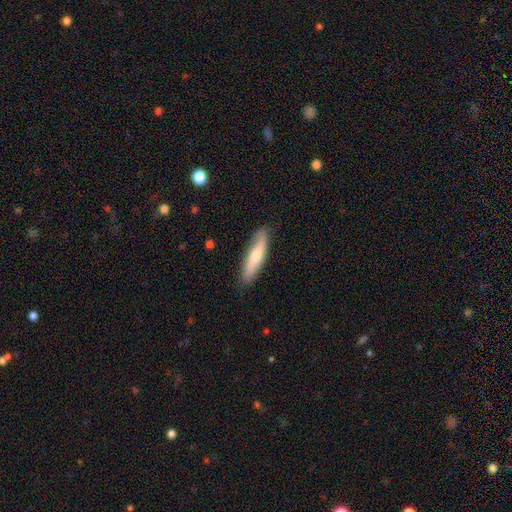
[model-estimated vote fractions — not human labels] smooth_or_featured: smooth (p=0.61) [alt: featured or disk p=0.33]
how_rounded: cigar-shaped (p=0.76) [alt: in between p=0.22]
merging: none (p=0.82) [alt: minor disturbance p=0.14]